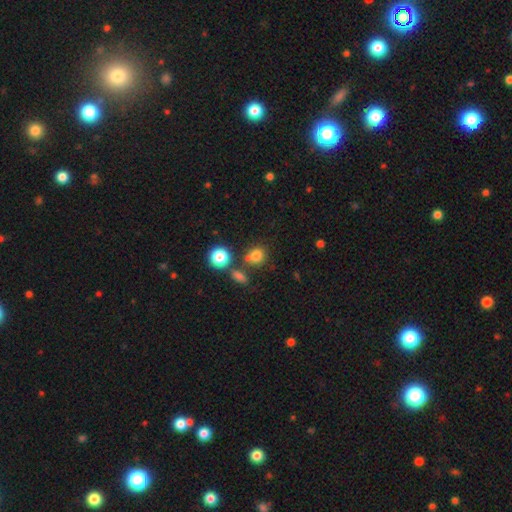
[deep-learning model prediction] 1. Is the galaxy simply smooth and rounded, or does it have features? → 77% smooth, 16% star or artifact, 7% featured or disk.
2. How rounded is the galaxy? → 77% round, 21% in between, 1% cigar-shaped.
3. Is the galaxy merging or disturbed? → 65% none, 19% merger, 12% minor disturbance, 5% major disturbance.